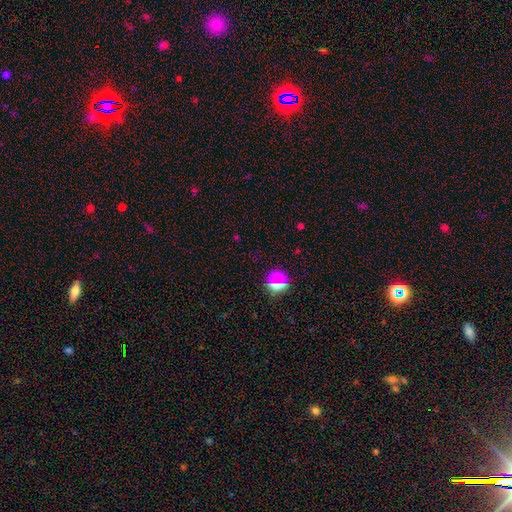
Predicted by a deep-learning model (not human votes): This appears to be a star or artifact, not a galaxy (61%).